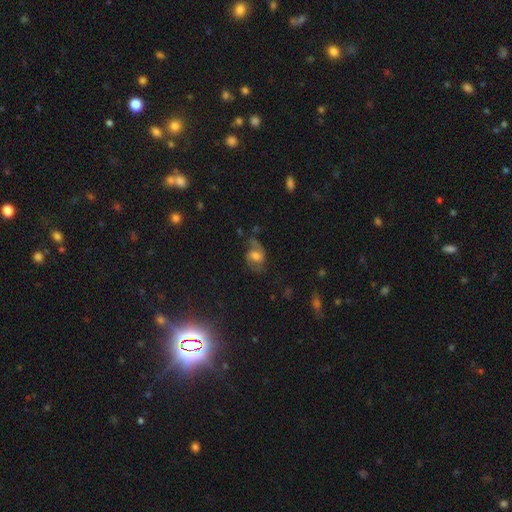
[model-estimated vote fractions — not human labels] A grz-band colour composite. It shows a featured or disk galaxy (46%). Merging: none (48%).